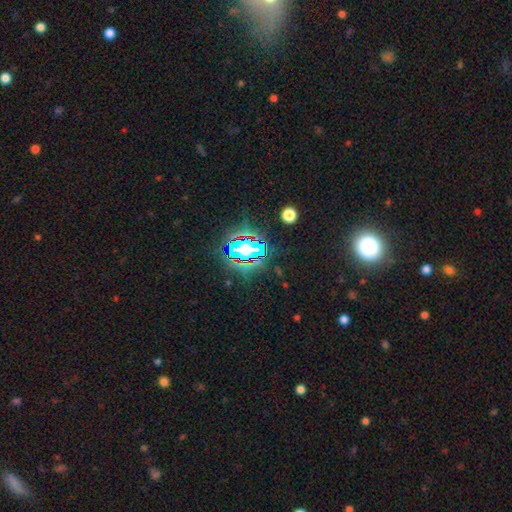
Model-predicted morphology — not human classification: Smooth or featured? Predicted: star or artifact (p=0.79).